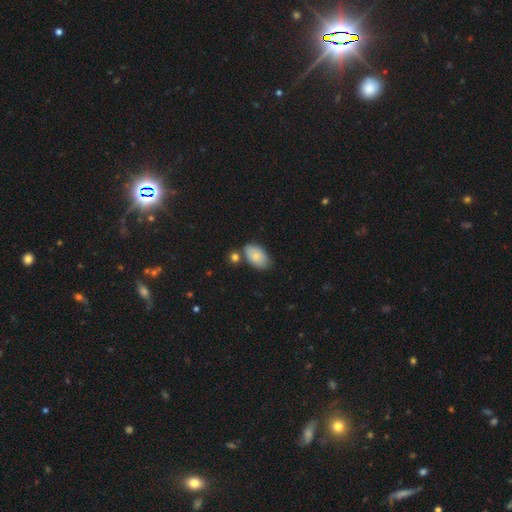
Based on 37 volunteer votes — Volunteers were most divided on "merging": none: 60%, minor disturbance: 20%, merger: 17%, major disturbance: 3%. More confident: how rounded — in between (88%); smooth or featured — smooth (68%).